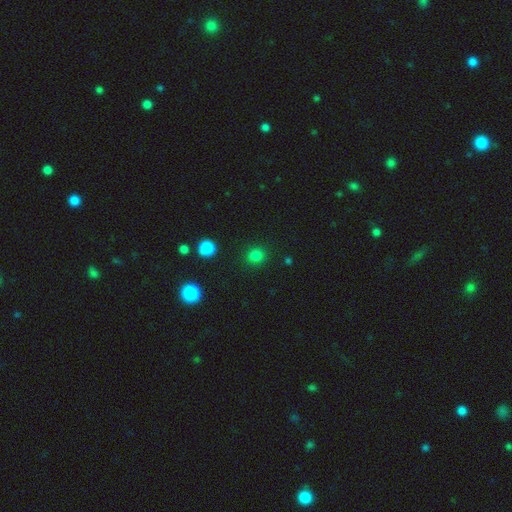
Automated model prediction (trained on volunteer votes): Smooth or featured? smooth (82%)
How rounded? round (89%)
Merging? none (89%)